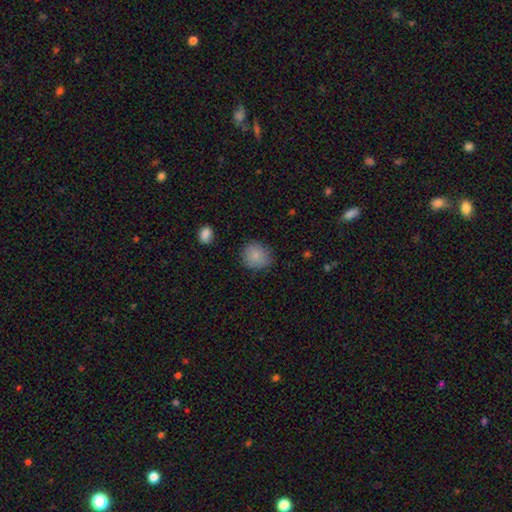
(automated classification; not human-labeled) This appears to be a smooth galaxy with no disk features (84%) that is round (78%). Merging: none (75%).